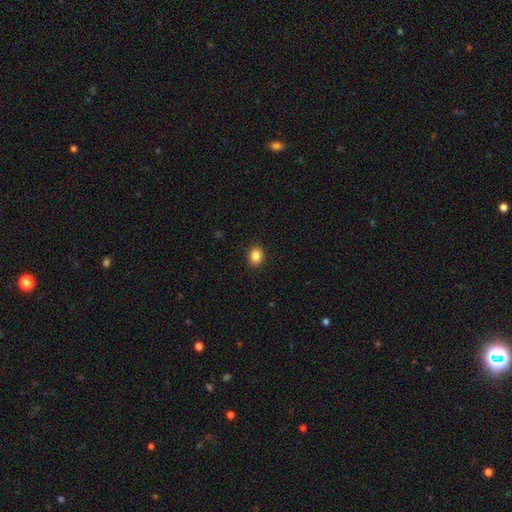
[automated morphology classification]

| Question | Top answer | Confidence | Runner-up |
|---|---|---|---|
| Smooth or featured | smooth | 86% | star or artifact (9%) |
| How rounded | in between | 52% | round (47%) |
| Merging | none | 91% | minor disturbance (7%) |